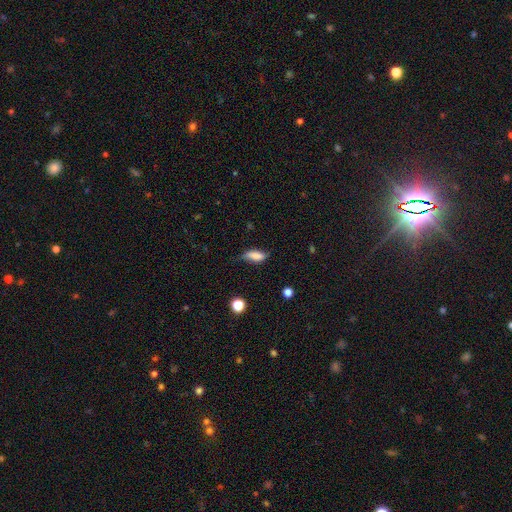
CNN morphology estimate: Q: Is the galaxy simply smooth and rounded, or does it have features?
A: smooth — 75%.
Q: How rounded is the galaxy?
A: in between — 75%.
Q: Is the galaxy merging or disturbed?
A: none — 51%.